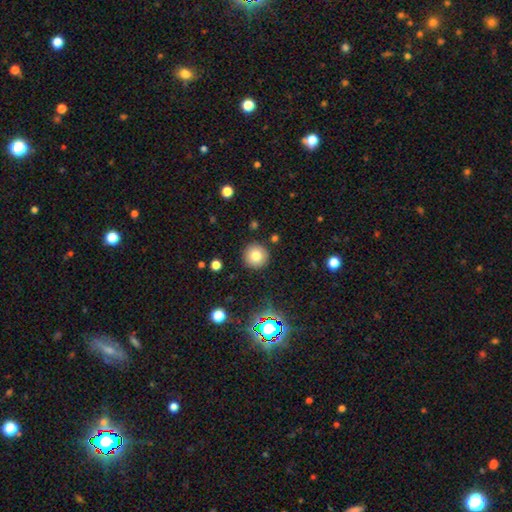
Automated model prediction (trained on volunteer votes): Overall: smooth (78%). How rounded: round (95%). Merging: none (90%).